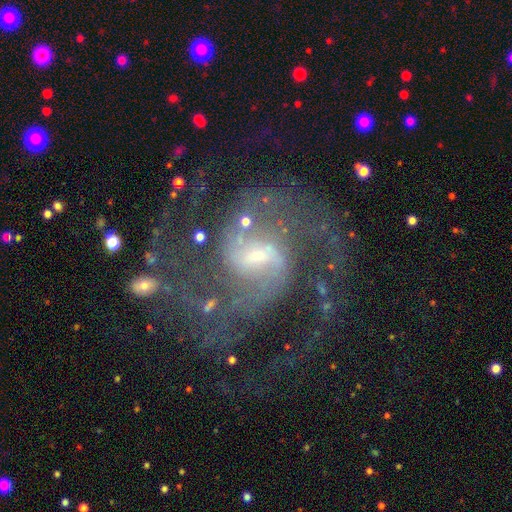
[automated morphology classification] Smooth or featured?
  - featured or disk: 91% *
  - star or artifact: 6%
  - smooth: 4%
Edge-on disk?
  - no: 98% *
  - yes: 2%
Bar?
  - weak: 59% *
  - strong: 21%
  - no: 20%
Spiral arms?
  - yes: 98% *
  - no: 2%
Spiral winding?
  - medium: 57% *
  - loose: 25%
  - tight: 18%
Spiral arm count?
  - 2: 77% *
  - can't tell: 7%
  - 3: 7%
  - 1: 3%
  - 4: 3%
  - more than 4: 3%
Bulge size?
  - small: 52% *
  - moderate: 35%
  - none: 7%
  - large: 5%
  - dominant: 1%
Merging?
  - none: 64% *
  - major disturbance: 17%
  - minor disturbance: 15%
  - merger: 4%